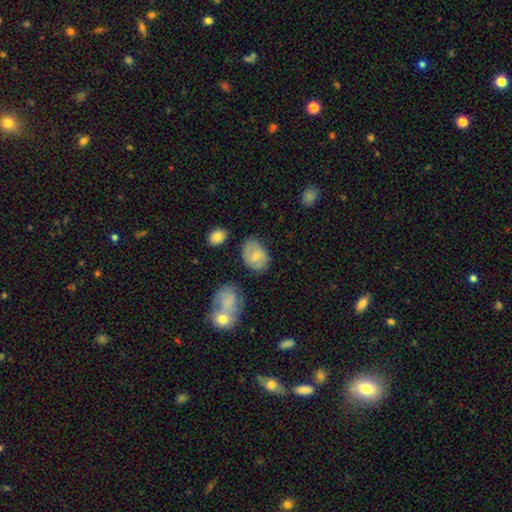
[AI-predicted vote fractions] Smooth or featured? Predicted: smooth (p=0.54). How rounded? Predicted: in between (p=0.74). Merging? Predicted: none (p=0.73).